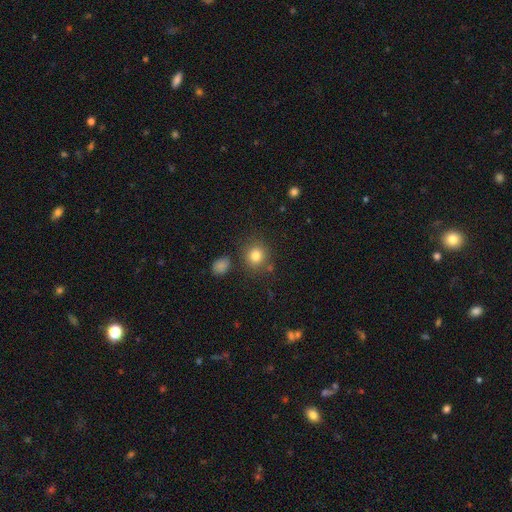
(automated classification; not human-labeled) Overall: smooth (81%). How rounded: round (86%). Merging: none (81%).